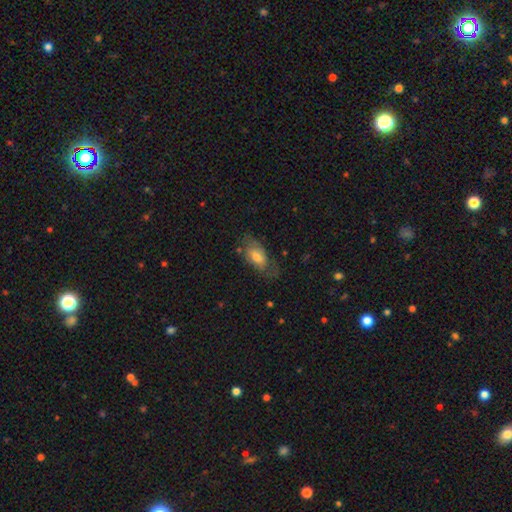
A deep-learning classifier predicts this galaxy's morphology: Smooth or featured? smooth (48%)
Merging? none (61%)